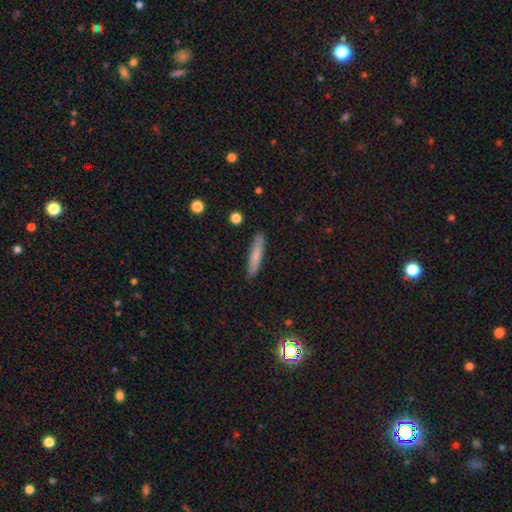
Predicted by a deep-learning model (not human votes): A smooth galaxy with no disk features (74%) that is cigar-shaped (89%).

Vote fractions:
- Smooth or featured? smooth: 74% / featured or disk: 19% / star or artifact: 7%
- How rounded? cigar-shaped: 89% / in between: 9% / round: 1%
- Merging? none: 88% / minor disturbance: 8% / major disturbance: 2% / merger: 1%